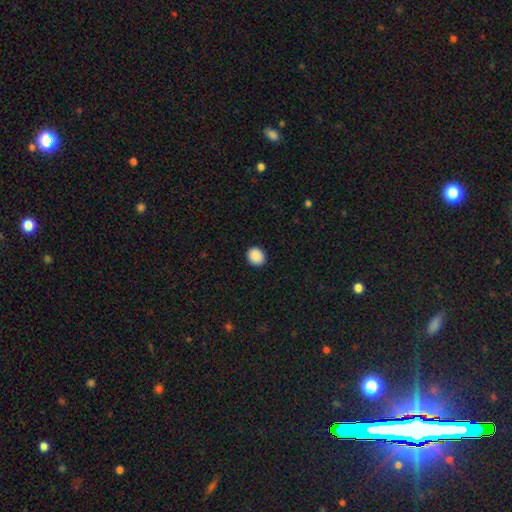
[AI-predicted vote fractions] A smooth galaxy with no disk features (90%) that is round (71%).

Vote fractions:
- Smooth or featured? smooth: 90% / star or artifact: 8% / featured or disk: 2%
- How rounded? round: 71% / in between: 28% / cigar-shaped: 1%
- Merging? none: 91% / minor disturbance: 6% / major disturbance: 2% / merger: 1%